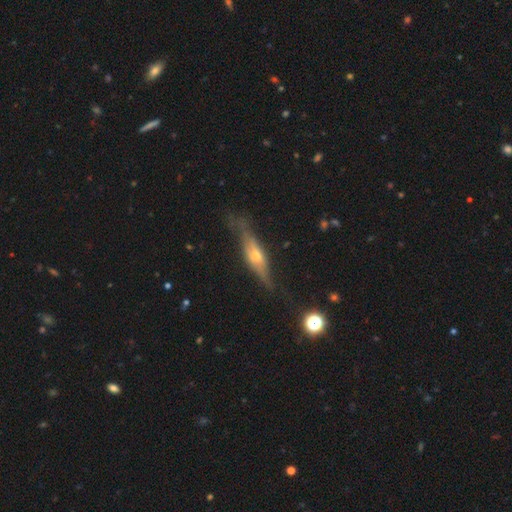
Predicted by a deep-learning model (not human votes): This is likely a featured or disk galaxy (70%). It is clearly viewed edge-on (87%). Edge-on bulge: clearly rounded (84%). Merging: likely none (69%).